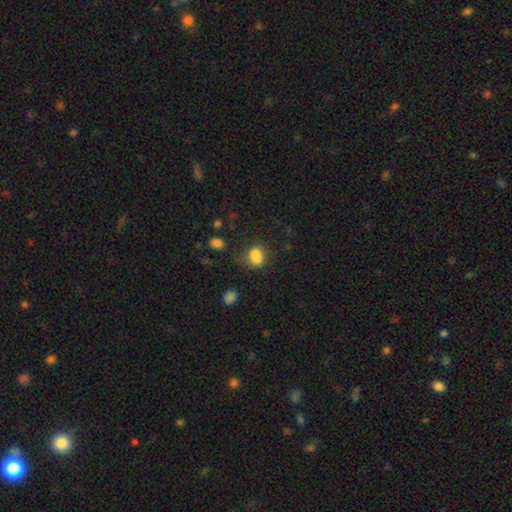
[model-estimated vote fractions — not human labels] The model was most divided on "how rounded": in between: 55%, round: 43%, cigar-shaped: 2%. More confident: smooth or featured — smooth (81%); merging — none (57%).